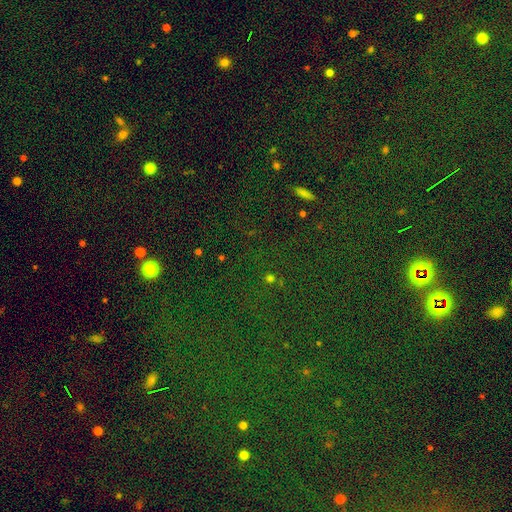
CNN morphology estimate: Smooth or featured? Predicted: star or artifact (p=0.79).